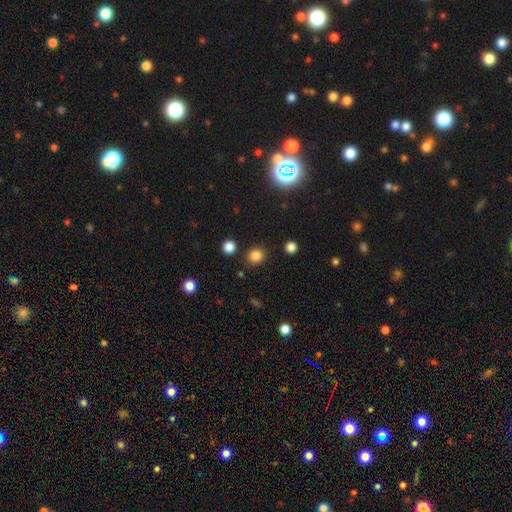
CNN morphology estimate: Smooth or featured? Predicted: smooth (p=0.83). How rounded? Predicted: round (p=0.85). Merging? Predicted: none (p=0.88).